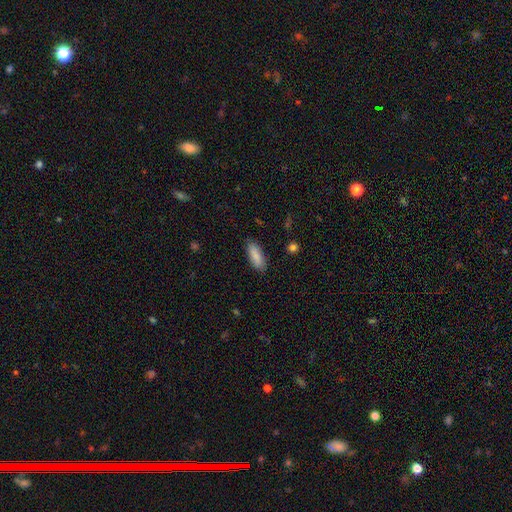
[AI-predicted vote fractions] Smooth or featured?
  - smooth: 87% *
  - star or artifact: 6%
  - featured or disk: 6%
How rounded?
  - in between: 66% *
  - cigar-shaped: 32%
  - round: 2%
Merging?
  - none: 86% *
  - minor disturbance: 11%
  - major disturbance: 2%
  - merger: 1%